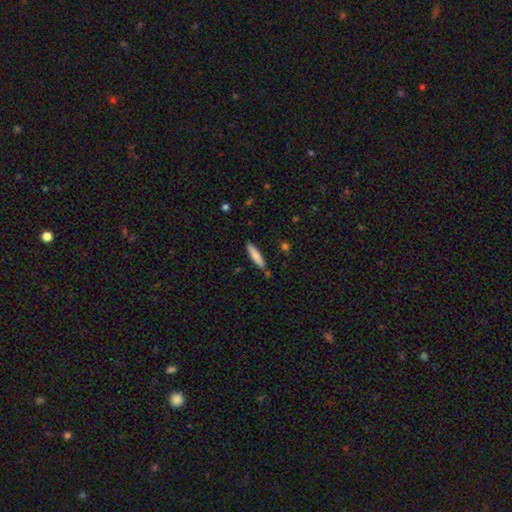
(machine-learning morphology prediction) This appears to be a smooth galaxy with no disk features (80%) that is cigar-shaped (83%). Merging: none (84%).